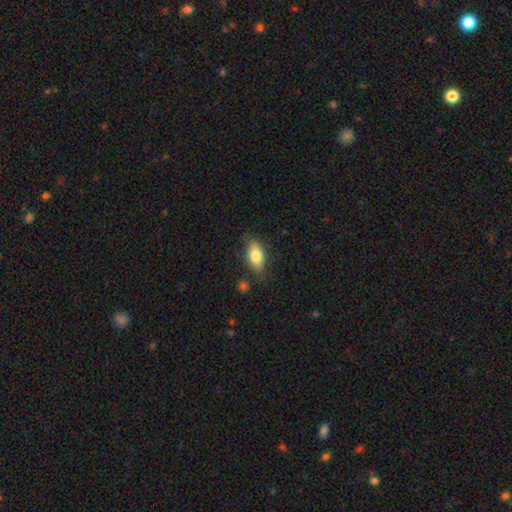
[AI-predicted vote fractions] Smooth or featured? smooth (78%)
How rounded? in between (85%)
Merging? none (77%)